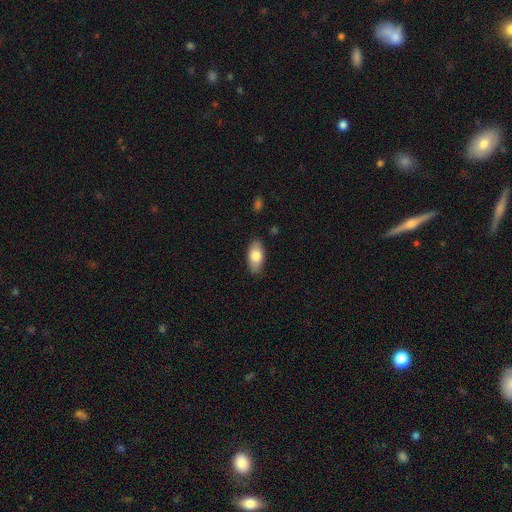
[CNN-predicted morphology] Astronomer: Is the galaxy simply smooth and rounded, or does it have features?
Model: smooth — 78%.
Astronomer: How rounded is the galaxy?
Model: in between — 91%.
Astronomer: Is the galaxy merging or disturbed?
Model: none — 86%.